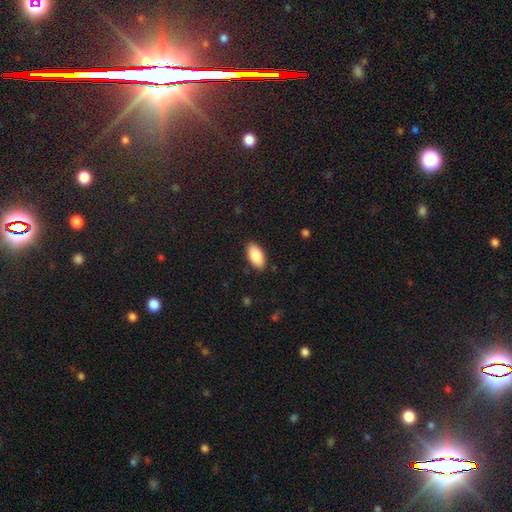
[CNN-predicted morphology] smooth 86%, featured or disk 7%, star or artifact 6%. Down the decision tree: how rounded — in between (94%); merging — none (88%).